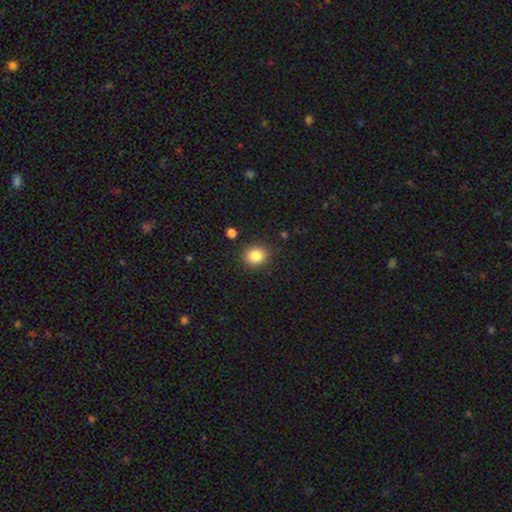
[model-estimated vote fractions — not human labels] smooth 84%, star or artifact 10%, featured or disk 5%. Down the decision tree: how rounded — round (74%); merging — none (87%).